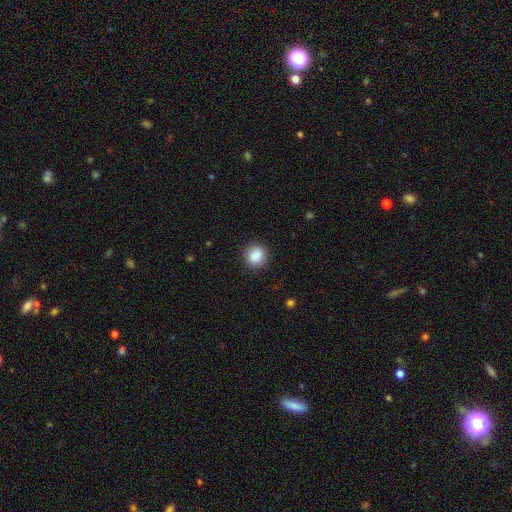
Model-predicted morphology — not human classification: Smooth or featured: smooth — 89% (star or artifact — 8%)
How rounded: round — 82% (in between — 17%)
Merging: none — 89% (minor disturbance — 8%)